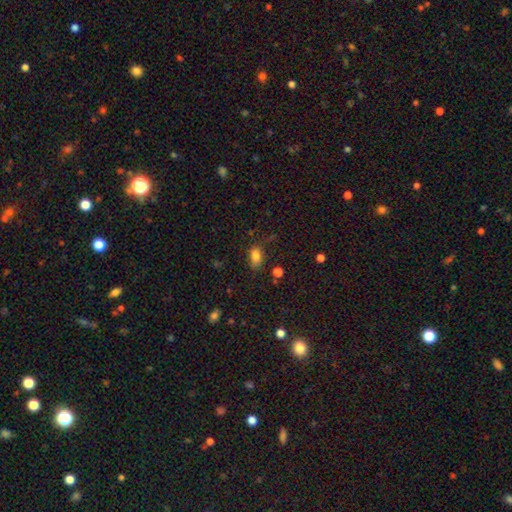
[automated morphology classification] This is clearly a smooth galaxy (82%). How rounded: clearly in between (86%). Merging: likely none (67%).